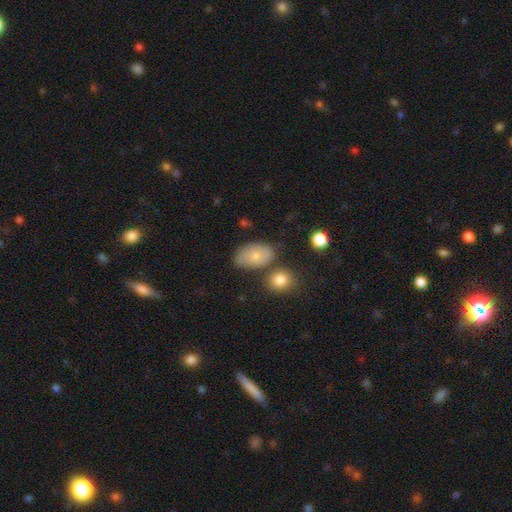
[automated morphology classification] Smooth or featured? Predicted: smooth (p=0.75). How rounded? Predicted: in between (p=0.88). Merging? Predicted: none (p=0.62).